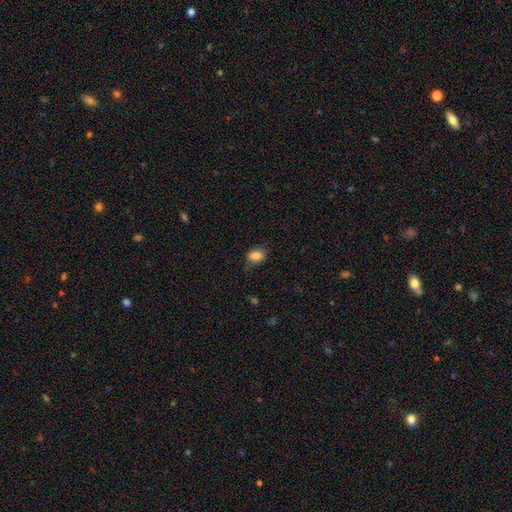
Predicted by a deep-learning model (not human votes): This is clearly a smooth galaxy (84%). How rounded: likely in between (67%). Merging: likely none (71%).